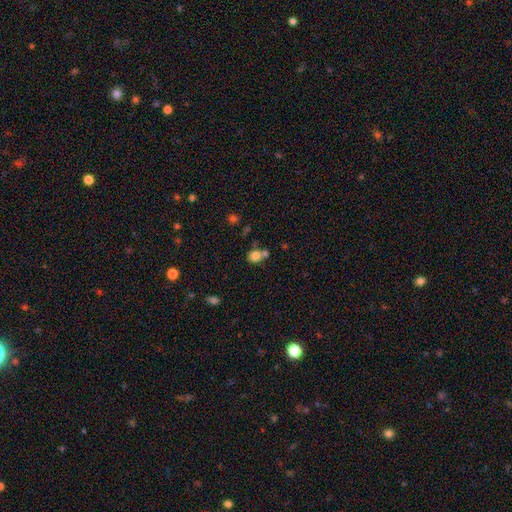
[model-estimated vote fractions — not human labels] Smooth or featured: smooth — 79% (star or artifact — 12%)
How rounded: round — 73% (in between — 26%)
Merging: none — 49% (merger — 36%)